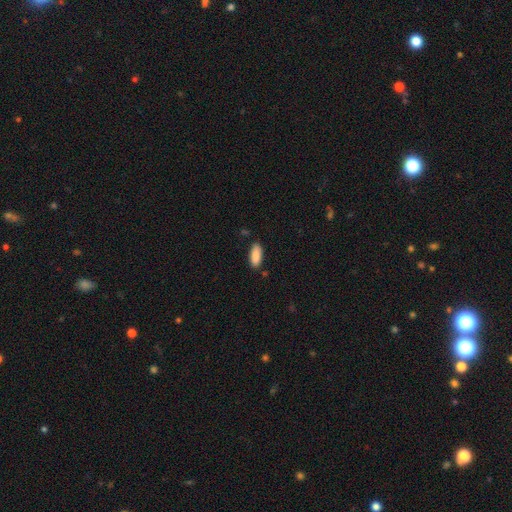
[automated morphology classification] Overall: smooth (89%). How rounded: in between (79%). Merging: none (84%).